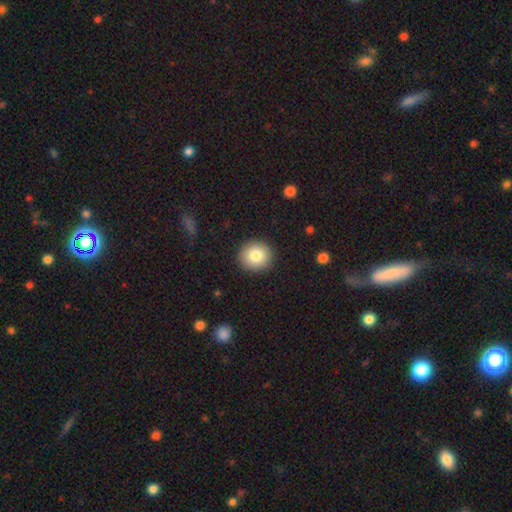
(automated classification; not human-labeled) Overall: smooth (81%). How rounded: round (88%). Merging: none (91%).